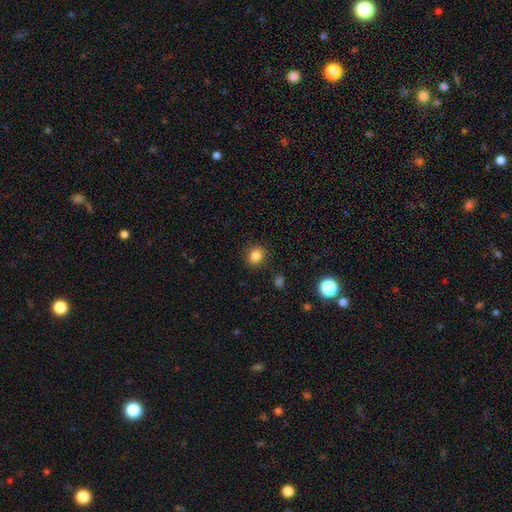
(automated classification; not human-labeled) This appears to be a smooth galaxy with no disk features (85%) that is round (71%). Merging: none (88%).